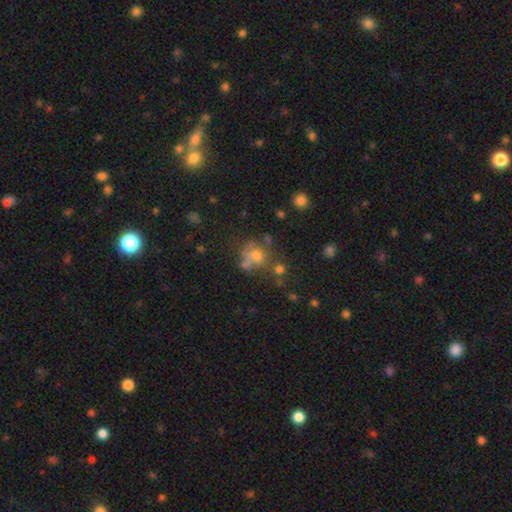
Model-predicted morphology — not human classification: The model was most divided on "merging": none: 45%, merger: 27%, minor disturbance: 16%, major disturbance: 12%. More confident: how rounded — round (71%); smooth or featured — smooth (57%).